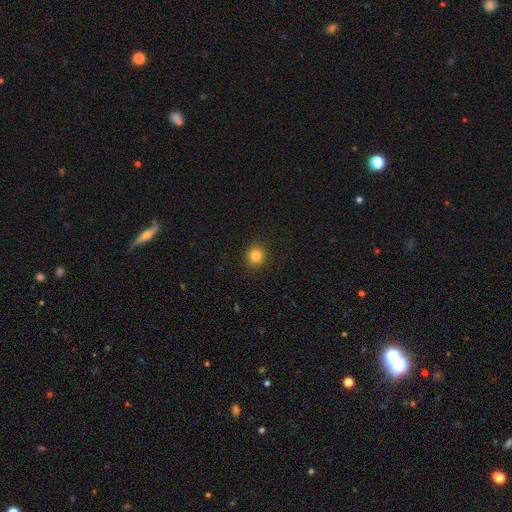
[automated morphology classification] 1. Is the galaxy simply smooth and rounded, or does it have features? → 82% smooth, 12% star or artifact, 6% featured or disk.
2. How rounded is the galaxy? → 85% round, 14% in between, 1% cigar-shaped.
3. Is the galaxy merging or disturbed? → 90% none, 7% minor disturbance, 2% major disturbance, 1% merger.